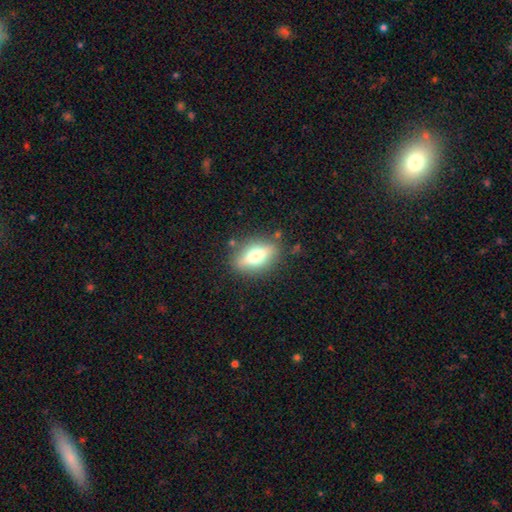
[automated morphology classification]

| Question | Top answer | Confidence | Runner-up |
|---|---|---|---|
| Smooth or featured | featured or disk | 46% | tied: smooth (46%) |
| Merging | none | 82% | minor disturbance (11%) |